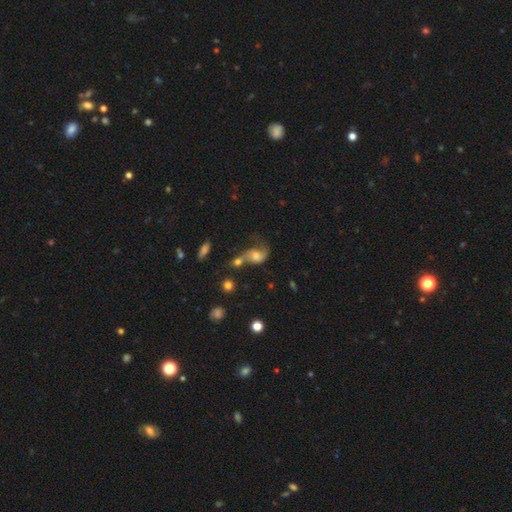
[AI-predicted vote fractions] Smooth or featured?
  - featured or disk: 52% *
  - smooth: 36%
  - star or artifact: 12%
Edge-on disk?
  - no: 95% *
  - yes: 5%
Merging?
  - merger: 38% *
  - none: 27%
  - major disturbance: 20%
  - minor disturbance: 15%